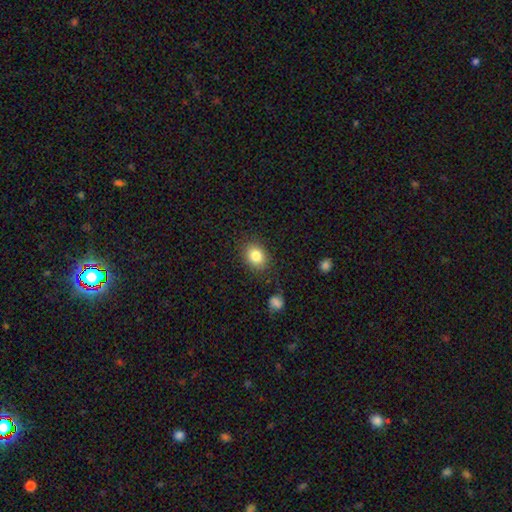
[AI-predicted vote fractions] smooth 83%, star or artifact 10%, featured or disk 7%. Down the decision tree: how rounded — round (55%); merging — none (84%).